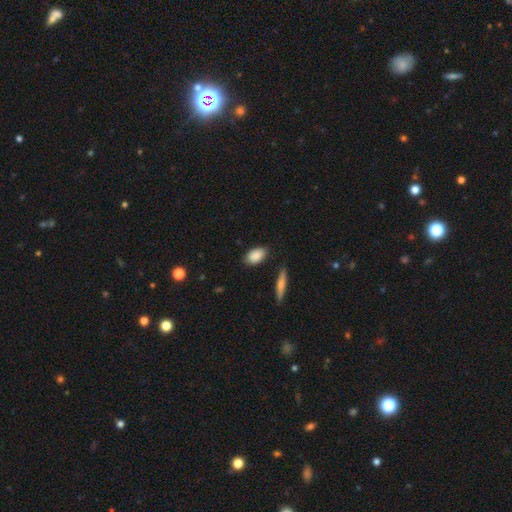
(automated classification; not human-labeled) This is clearly a smooth galaxy (87%). How rounded: clearly in between (89%). Merging: clearly none (84%).